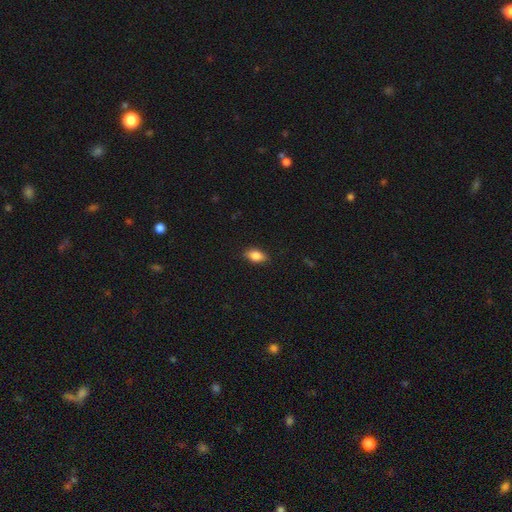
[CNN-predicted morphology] A smooth galaxy with no disk features (85%) that is in between round and cigar-shaped (88%). Merging: none (86%).